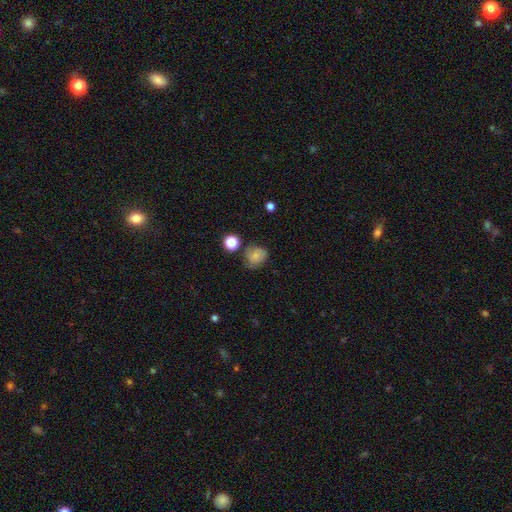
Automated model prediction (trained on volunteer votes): smooth 62%, featured or disk 26%, star or artifact 12%. Down the decision tree: how rounded — round (73%); merging — none (60%).